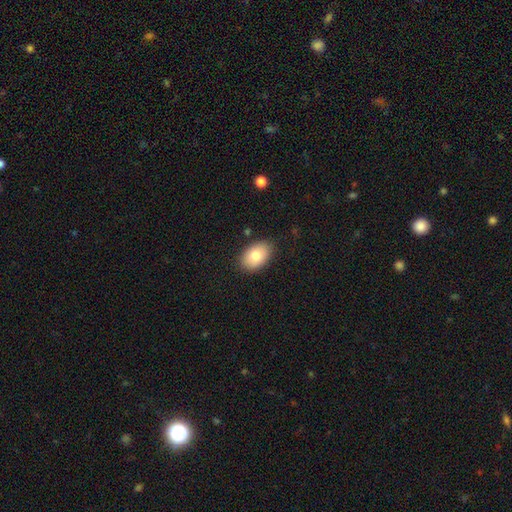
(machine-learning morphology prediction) smooth_or_featured: smooth (p=0.79) [alt: featured or disk p=0.14]
how_rounded: in between (p=0.86) [alt: round p=0.13]
merging: none (p=0.85) [alt: minor disturbance p=0.12]